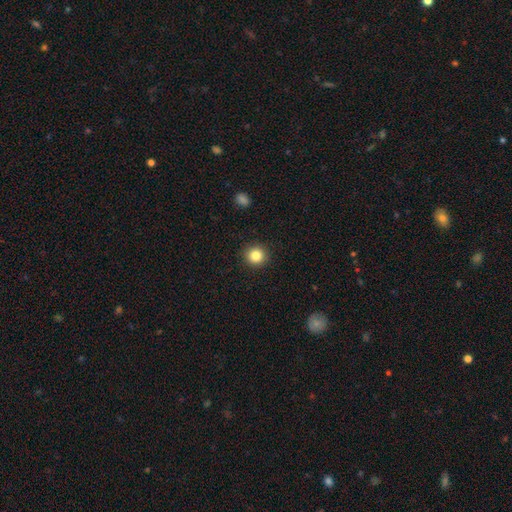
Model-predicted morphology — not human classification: A smooth galaxy with no disk features (84%) that is round (92%).

Vote fractions:
- Smooth or featured? smooth: 84% / star or artifact: 10% / featured or disk: 6%
- How rounded? round: 92% / in between: 7% / cigar-shaped: 1%
- Merging? none: 92% / minor disturbance: 5% / major disturbance: 2% / merger: 1%